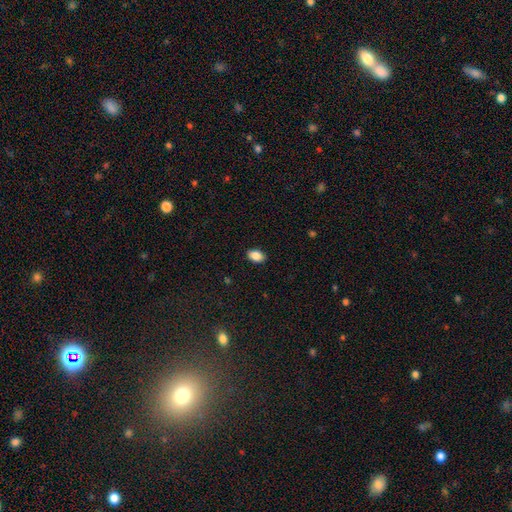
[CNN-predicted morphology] smooth-or-featured: smooth: 88% | star or artifact: 8% | featured or disk: 4%
  how-rounded: in between: 82% | round: 17% | cigar-shaped: 1%
  merging: none: 89% | minor disturbance: 8% | major disturbance: 2% | merger: 1%